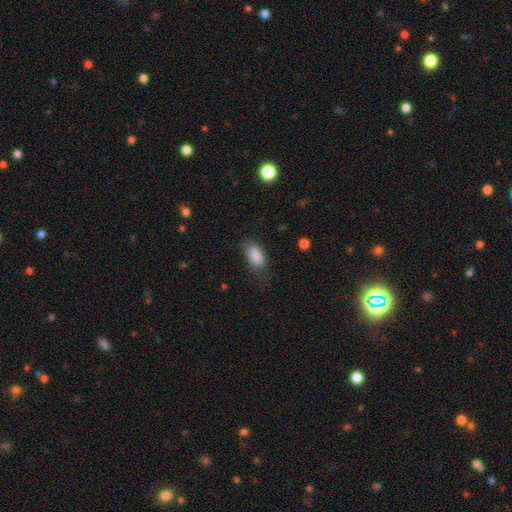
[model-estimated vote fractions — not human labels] smooth_or_featured: smooth (p=0.87) [alt: star or artifact p=0.07]
how_rounded: in between (p=0.90) [alt: cigar-shaped p=0.06]
merging: none (p=0.62) [alt: minor disturbance p=0.26]